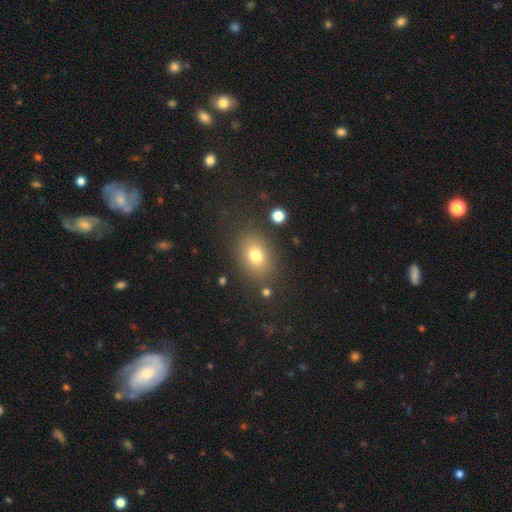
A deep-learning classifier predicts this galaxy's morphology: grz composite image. It shows a smooth galaxy with no disk features (76%) that is in between round and cigar-shaped (69%). Merging: none (81%).